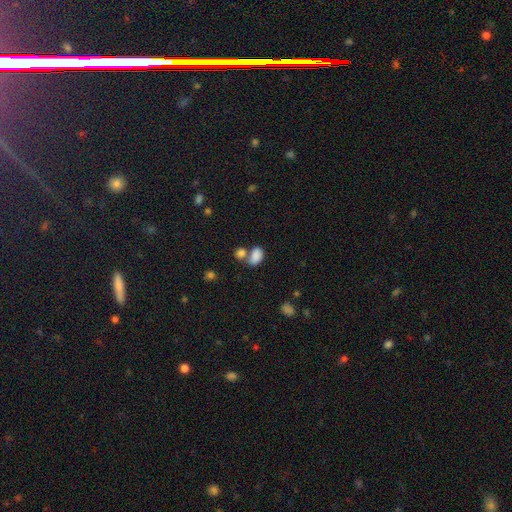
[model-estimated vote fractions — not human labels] smooth_or_featured: smooth (p=0.84) [alt: star or artifact p=0.09]
how_rounded: in between (p=0.86) [alt: round p=0.12]
merging: merger (p=0.47) [alt: none p=0.35]